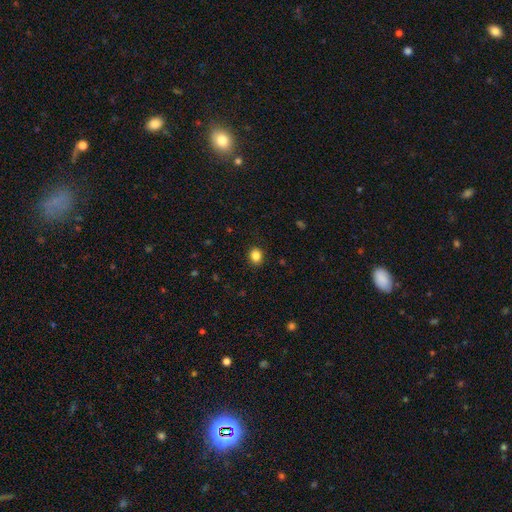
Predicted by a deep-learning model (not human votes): Smooth or featured? Predicted: smooth (p=0.85). How rounded? Predicted: round (p=0.64). Merging? Predicted: none (p=0.90).